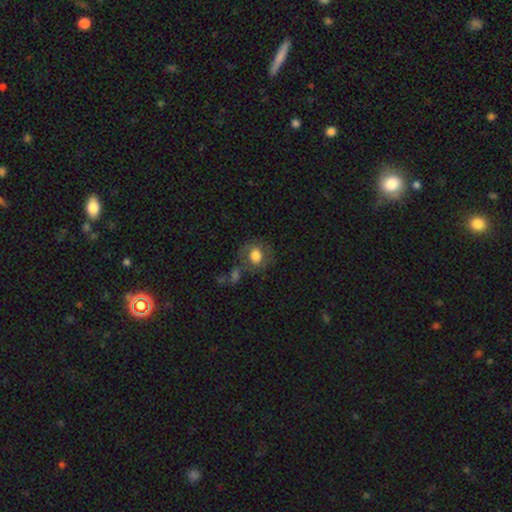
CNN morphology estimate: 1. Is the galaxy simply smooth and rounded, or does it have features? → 70% smooth, 22% featured or disk, 9% star or artifact.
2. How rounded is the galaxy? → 70% round, 28% in between, 1% cigar-shaped.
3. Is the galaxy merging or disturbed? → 59% none, 18% minor disturbance, 13% merger, 10% major disturbance.